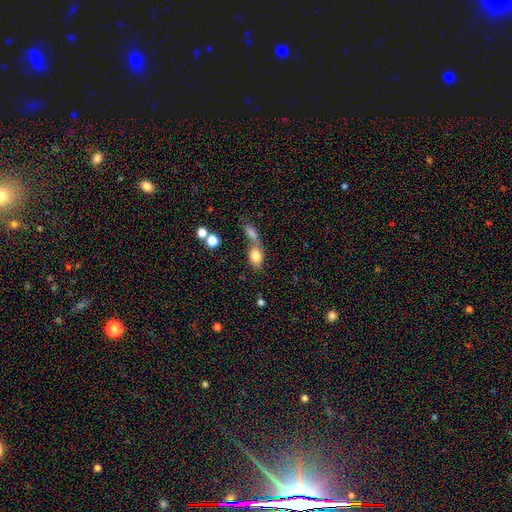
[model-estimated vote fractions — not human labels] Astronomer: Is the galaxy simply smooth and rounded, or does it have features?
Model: smooth — 78%.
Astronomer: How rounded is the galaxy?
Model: in between — 78%.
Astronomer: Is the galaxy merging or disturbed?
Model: merger — 49% (runner-up: none, 35%).